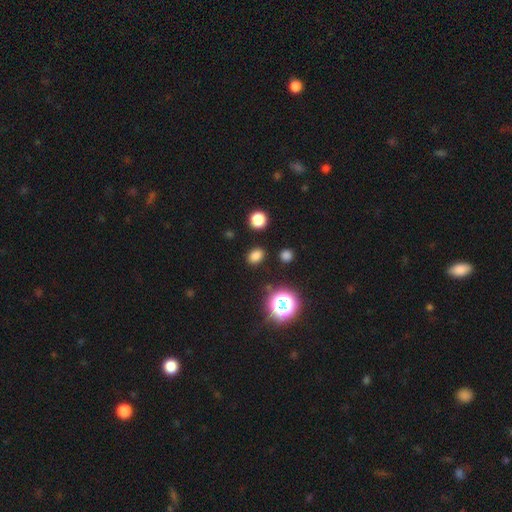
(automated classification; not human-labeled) This appears to be a smooth galaxy with no disk features (77%) that is in between round and cigar-shaped (61%). Merging: none (87%).